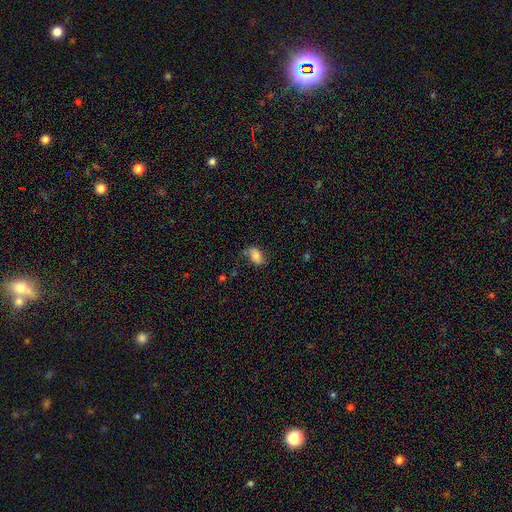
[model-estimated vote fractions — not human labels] This is likely a smooth galaxy (78%). How rounded: clearly in between (89%). Merging: likely none (61%).